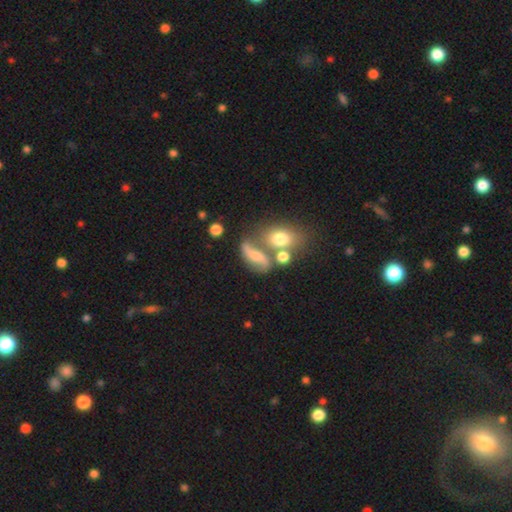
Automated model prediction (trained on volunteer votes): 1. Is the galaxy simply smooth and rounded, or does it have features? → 53% featured or disk, 35% smooth, 11% star or artifact.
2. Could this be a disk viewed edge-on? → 92% no, 8% yes.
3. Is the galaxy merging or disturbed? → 43% none, 29% merger, 16% minor disturbance, 11% major disturbance.